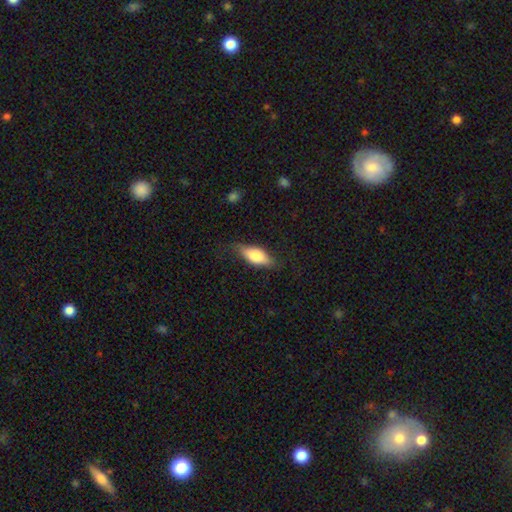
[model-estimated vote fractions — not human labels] Morphology: type=smooth (72%); roundness=in between (76%); merging=none (73%).